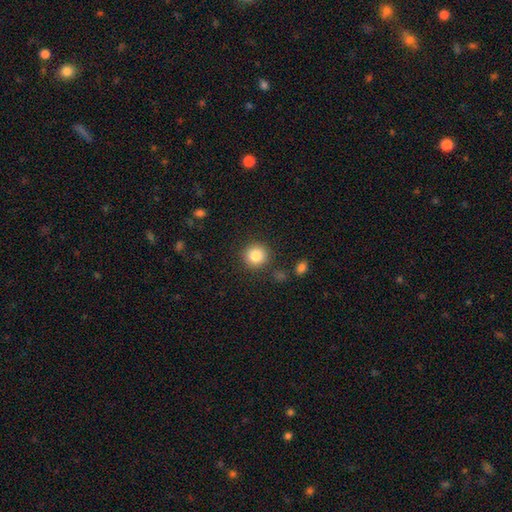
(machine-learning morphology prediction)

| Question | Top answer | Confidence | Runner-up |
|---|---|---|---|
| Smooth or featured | smooth | 85% | star or artifact (9%) |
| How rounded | round | 93% | in between (6%) |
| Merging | none | 88% | minor disturbance (7%) |